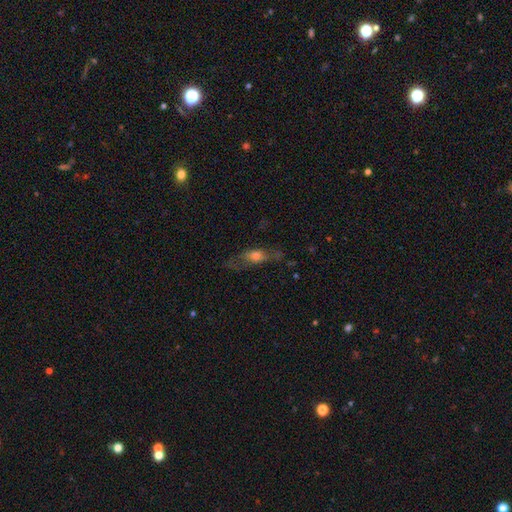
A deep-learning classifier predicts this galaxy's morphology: This appears to be a featured or disk galaxy (44%). Merging: none (60%).